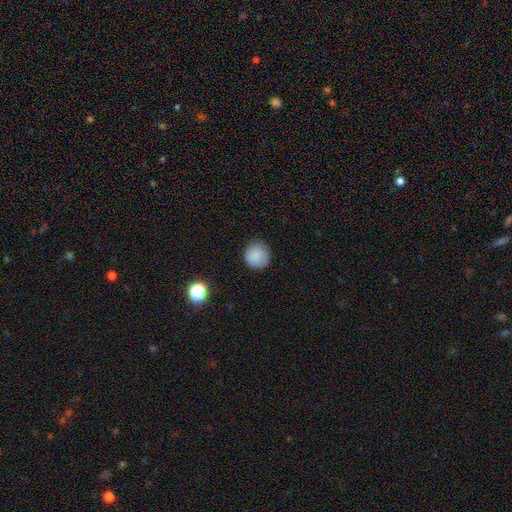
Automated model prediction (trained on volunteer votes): Smooth or featured: smooth — 85% (star or artifact — 9%)
How rounded: round — 92% (in between — 8%)
Merging: none — 85% (minor disturbance — 11%)